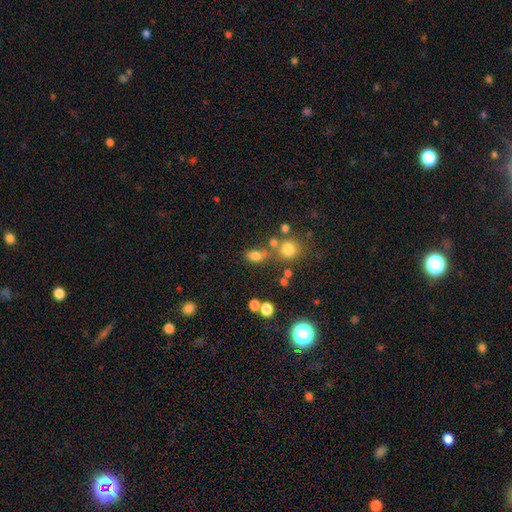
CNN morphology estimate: Q: Smooth or featured?
A: smooth (76%); runner-up: star or artifact (16%)
Q: How rounded?
A: in between (74%); runner-up: round (23%)
Q: Merging?
A: none (57%); runner-up: merger (20%)